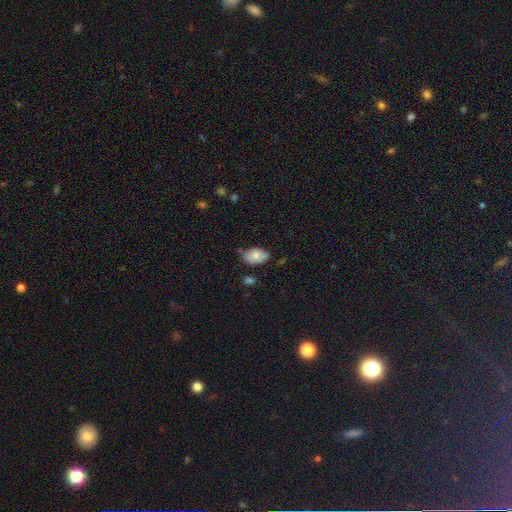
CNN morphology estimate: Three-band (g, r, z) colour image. It shows a smooth galaxy with no disk features (75%) that is in between round and cigar-shaped (89%). Merging: none (54%).